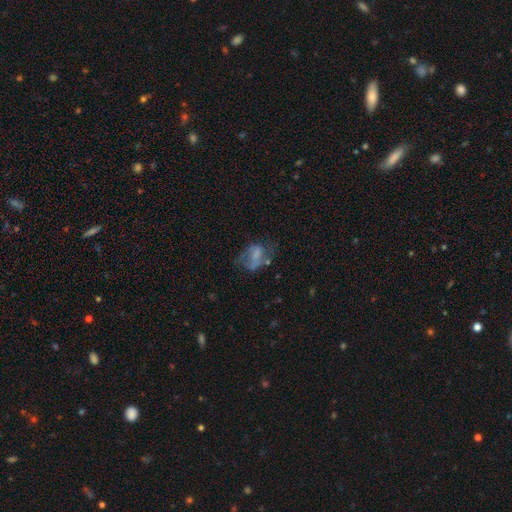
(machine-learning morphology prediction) Smooth or featured? Predicted: smooth (p=0.44, tied with featured or disk). Merging? Predicted: major disturbance (p=0.37).